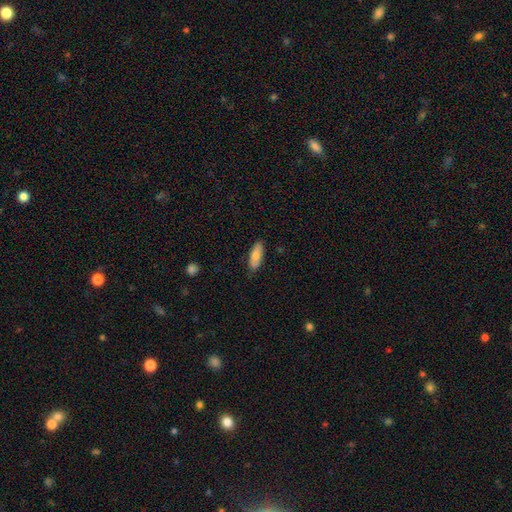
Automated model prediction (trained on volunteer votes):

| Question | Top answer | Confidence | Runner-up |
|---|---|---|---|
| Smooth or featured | smooth | 76% | featured or disk (18%) |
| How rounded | in between | 70% | cigar-shaped (28%) |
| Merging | none | 83% | minor disturbance (14%) |